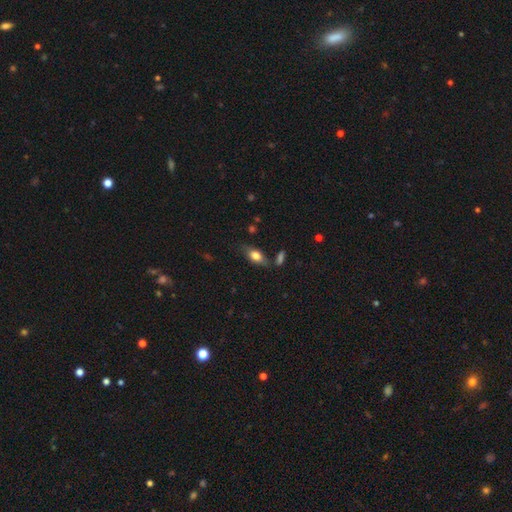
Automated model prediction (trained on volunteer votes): This appears to be a smooth galaxy with no disk features (73%) that is in between round and cigar-shaped (81%). Merging: none (69%).